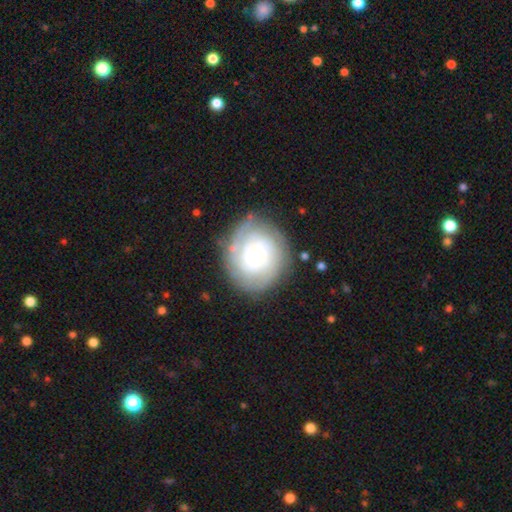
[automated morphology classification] smooth-or-featured: featured or disk: 67% | smooth: 27% | star or artifact: 7%
  disk-edge-on: no: 97% | yes: 3%
    bar: no: 75% | weak: 20% | strong: 5%
    has-spiral-arms: yes: 82% | no: 18%
      spiral-winding: tight: 73% | medium: 20% | loose: 7%
      spiral-arm-count: can't tell: 44% | 2: 26% | 3: 14% | 4: 6% | 1: 6% | more than 4: 4%
    bulge-size: moderate: 51% | small: 40% | large: 6% | dominant: 1% | none: 1%
  merging: none: 78% | minor disturbance: 14% | major disturbance: 6% | merger: 2%